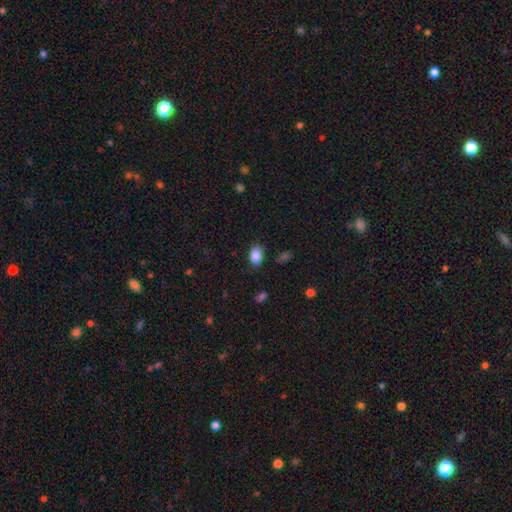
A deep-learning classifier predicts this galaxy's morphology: This appears to be a smooth galaxy with no disk features (87%) that is in between round and cigar-shaped (85%). Merging: none (82%).